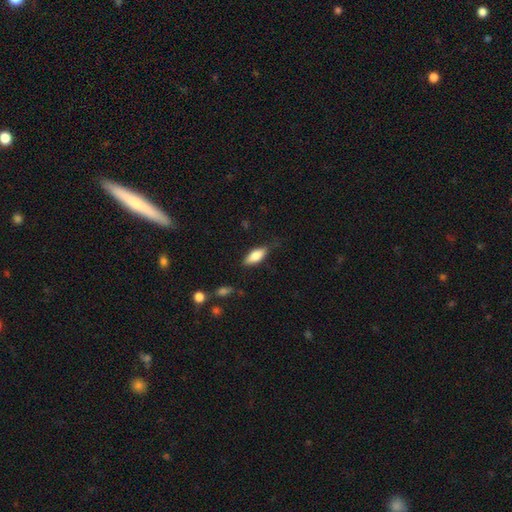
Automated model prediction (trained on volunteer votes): This appears to be a smooth galaxy with no disk features (75%) that is in between round and cigar-shaped (76%). Merging: none (76%).